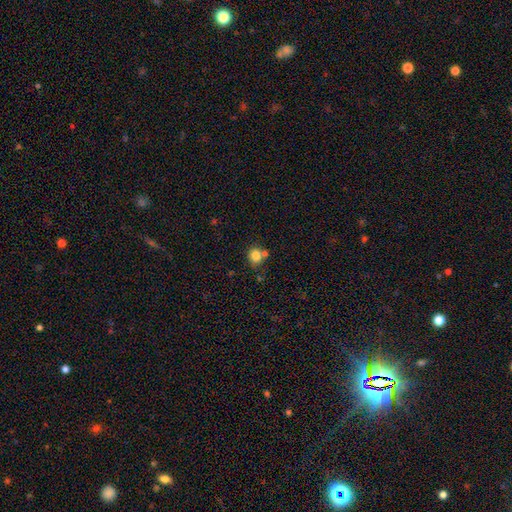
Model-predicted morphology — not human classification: Smooth or featured?
  - smooth: 82% *
  - star or artifact: 11%
  - featured or disk: 7%
How rounded?
  - round: 78% *
  - in between: 21%
  - cigar-shaped: 1%
Merging?
  - none: 60% *
  - merger: 24%
  - minor disturbance: 12%
  - major disturbance: 4%